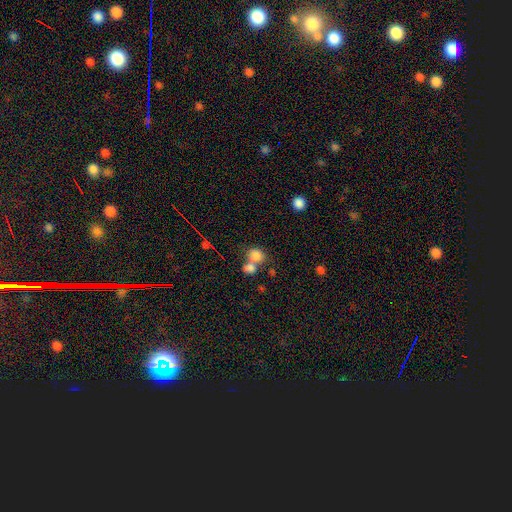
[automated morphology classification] Q: Smooth or featured?
A: smooth (79%); runner-up: star or artifact (11%)
Q: How rounded?
A: round (52%); runner-up: in between (47%)
Q: Merging?
A: merger (54%); runner-up: none (33%)